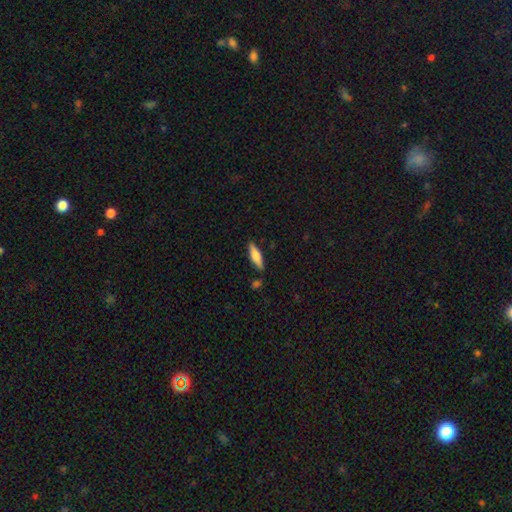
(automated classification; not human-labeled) A smooth galaxy with no disk features (59%) that is cigar-shaped (61%). Merging: none (85%).